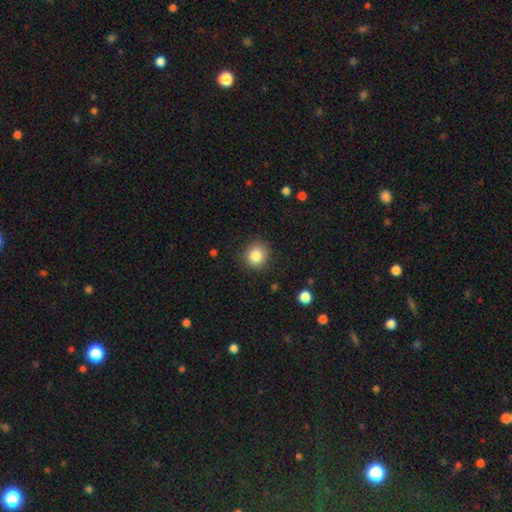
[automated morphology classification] Smooth or featured: smooth — 84% (star or artifact — 10%)
How rounded: round — 91% (in between — 8%)
Merging: none — 89% (minor disturbance — 8%)